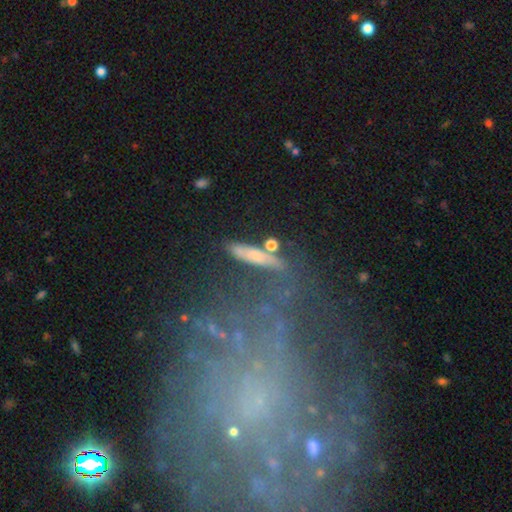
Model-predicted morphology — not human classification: This is possibly a smooth galaxy (55%). How rounded: likely cigar-shaped (71%). Merging: possibly none (60%).